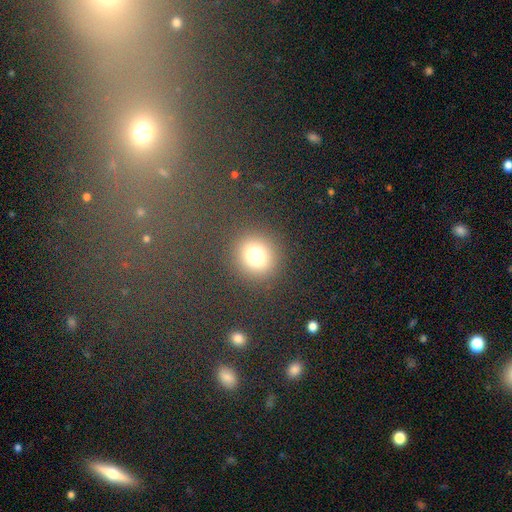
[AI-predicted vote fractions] smooth-or-featured: smooth: 74% | star or artifact: 18% | featured or disk: 8%
  how-rounded: round: 88% | in between: 11% | cigar-shaped: 1%
  merging: none: 87% | minor disturbance: 7% | major disturbance: 4% | merger: 2%